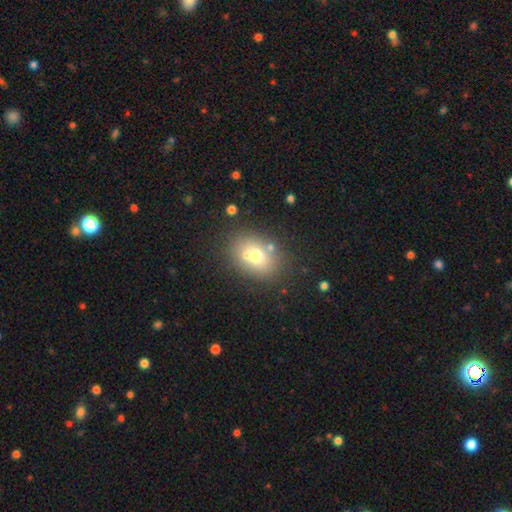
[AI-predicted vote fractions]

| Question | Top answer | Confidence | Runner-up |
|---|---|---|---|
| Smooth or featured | smooth | 67% | featured or disk (20%) |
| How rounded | in between | 59% | round (40%) |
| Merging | none | 68% | merger (14%) |